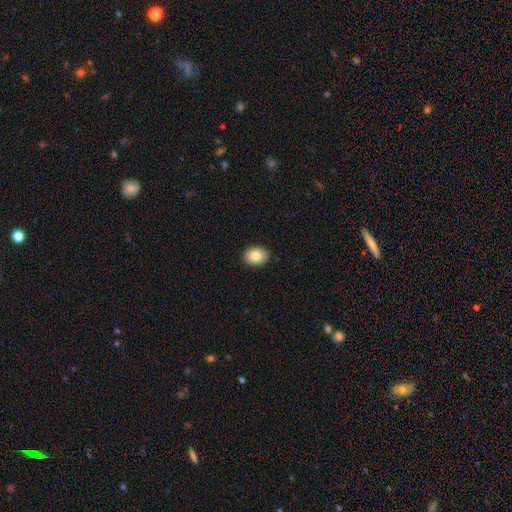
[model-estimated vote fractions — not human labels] This is clearly a smooth galaxy (82%). How rounded: likely in between (65%). Merging: clearly none (91%).